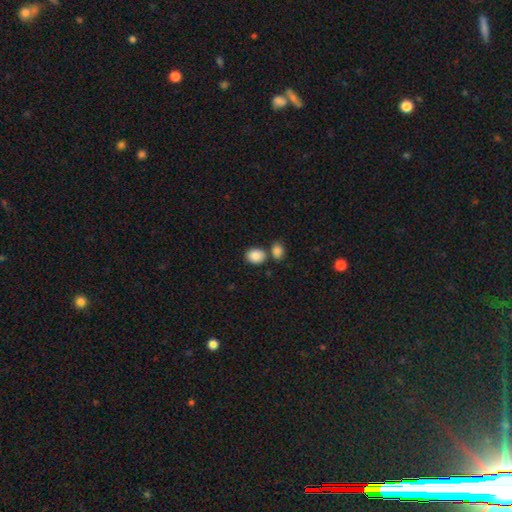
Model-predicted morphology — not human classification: Q: Smooth or featured?
A: smooth (88%); runner-up: star or artifact (8%)
Q: How rounded?
A: in between (54%); runner-up: round (45%)
Q: Merging?
A: none (64%); runner-up: merger (23%)